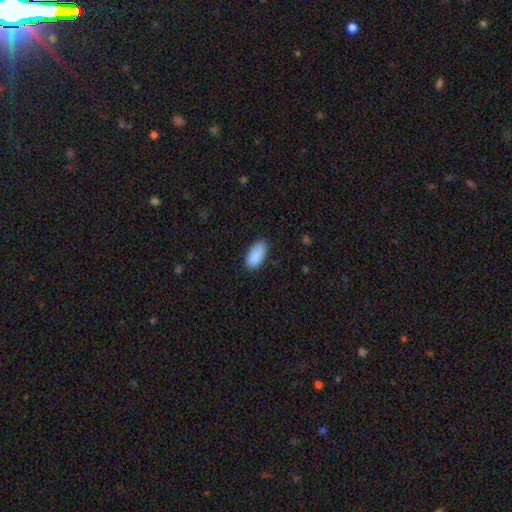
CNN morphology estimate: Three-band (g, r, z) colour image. It shows a smooth galaxy with no disk features (89%) that is in between round and cigar-shaped (92%). Merging: none (78%).